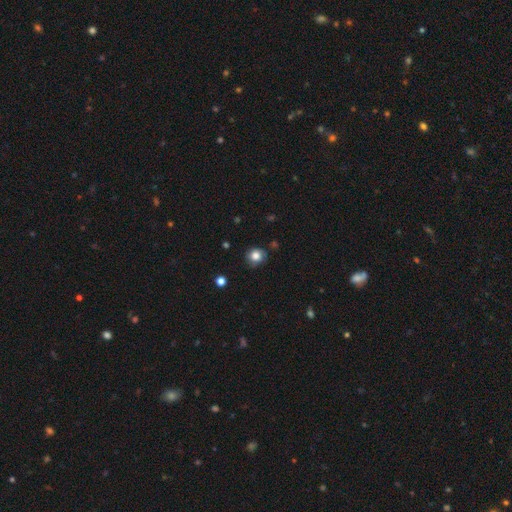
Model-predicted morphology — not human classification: smooth-or-featured: smooth: 82% | star or artifact: 11% | featured or disk: 7%
  how-rounded: round: 83% | in between: 16% | cigar-shaped: 1%
  merging: none: 78% | minor disturbance: 17% | major disturbance: 3% | merger: 2%